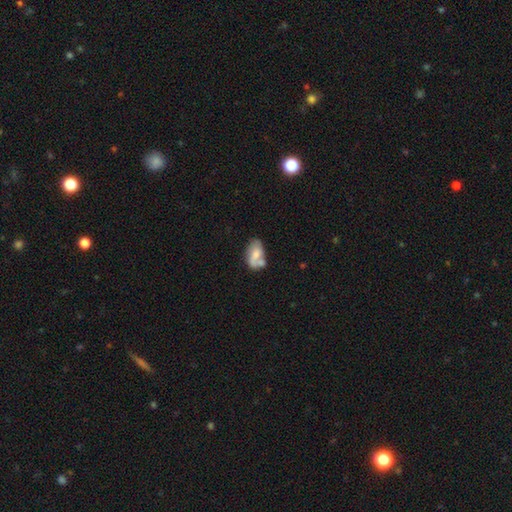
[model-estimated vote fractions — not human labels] smooth 59%, featured or disk 33%, star or artifact 8%. Down the decision tree: how rounded — in between (90%); merging — none (35%).